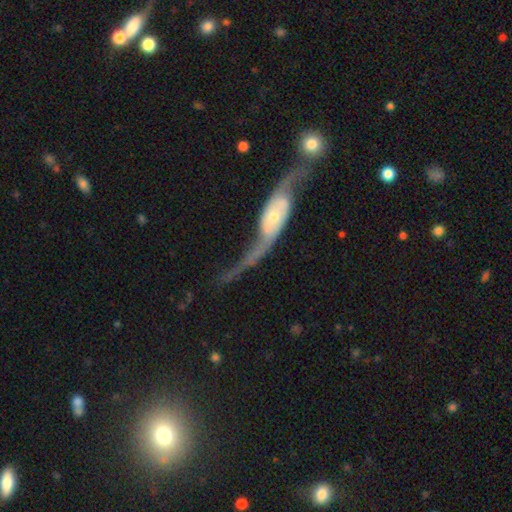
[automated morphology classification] smooth-or-featured: featured or disk: 84% | star or artifact: 8% | smooth: 8%
  disk-edge-on: no: 73% | yes: 27%
    bar: no: 46% | weak: 36% | strong: 17%
    has-spiral-arms: yes: 93% | no: 7%
      spiral-winding: loose: 82% | medium: 13% | tight: 5%
      spiral-arm-count: 2: 90% | 1: 4% | can't tell: 3% | 3: 1% | 4: 1% | more than 4: 1%
    bulge-size: small: 49% | moderate: 35% | none: 8% | large: 6% | dominant: 2%
  merging: none: 44% | major disturbance: 23% | minor disturbance: 19% | merger: 14%